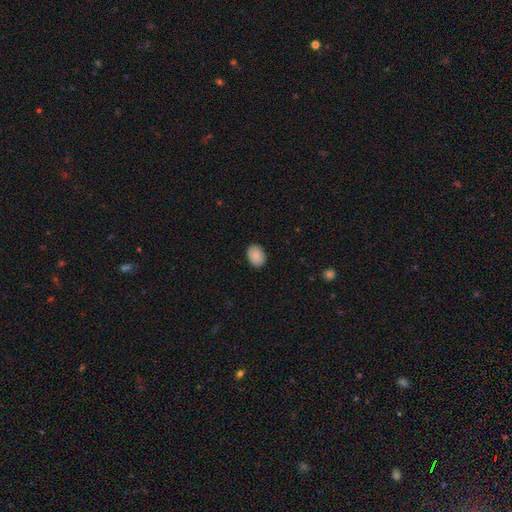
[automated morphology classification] A smooth galaxy with no disk features (89%) that is in between round and cigar-shaped (78%).

Vote fractions:
- Smooth or featured? smooth: 89% / star or artifact: 7% / featured or disk: 4%
- How rounded? in between: 78% / round: 21% / cigar-shaped: 1%
- Merging? none: 88% / minor disturbance: 9% / major disturbance: 2% / merger: 1%